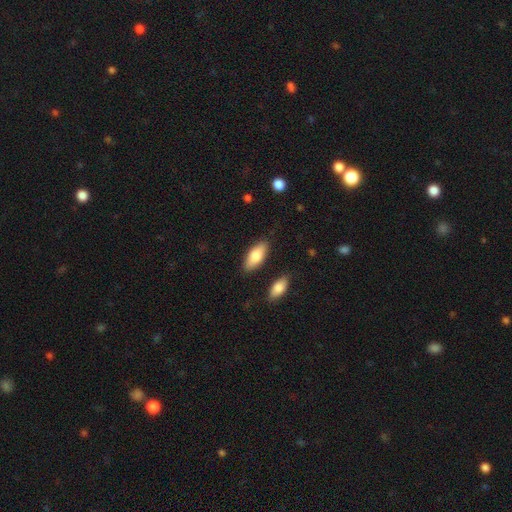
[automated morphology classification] smooth 78%, featured or disk 16%, star or artifact 6%. Down the decision tree: how rounded — in between (84%); merging — none (85%).